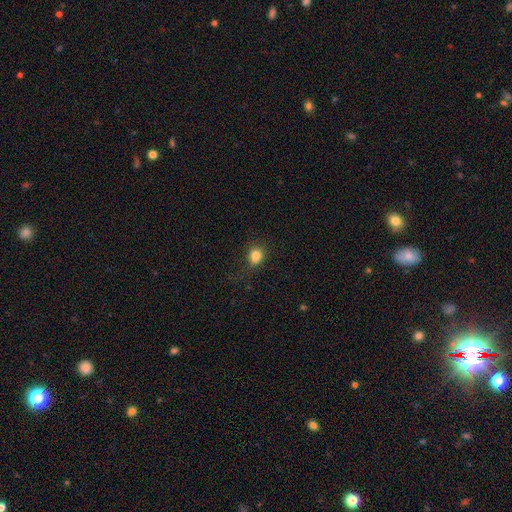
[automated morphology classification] smooth-or-featured: smooth: 82% | star or artifact: 11% | featured or disk: 7%
  how-rounded: round: 59% | in between: 40% | cigar-shaped: 1%
  merging: none: 60% | minor disturbance: 23% | major disturbance: 11% | merger: 6%